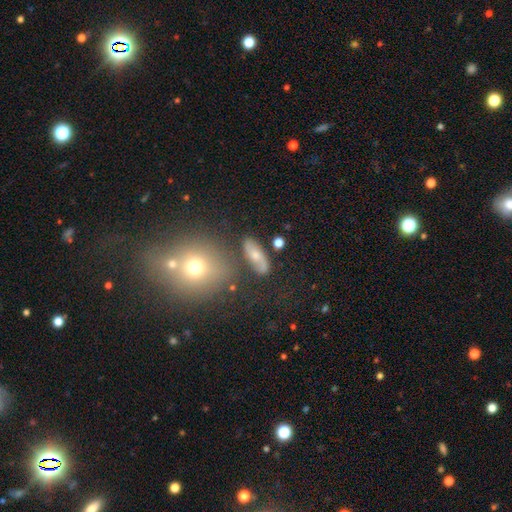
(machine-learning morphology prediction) Smooth or featured: smooth — 47% (featured or disk — 42%)
Merging: none — 71% (minor disturbance — 15%)